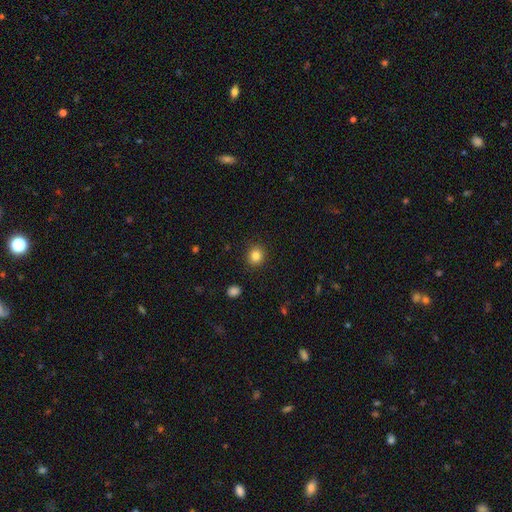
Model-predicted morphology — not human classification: This is clearly a smooth galaxy (84%). How rounded: clearly round (81%). Merging: clearly none (90%).